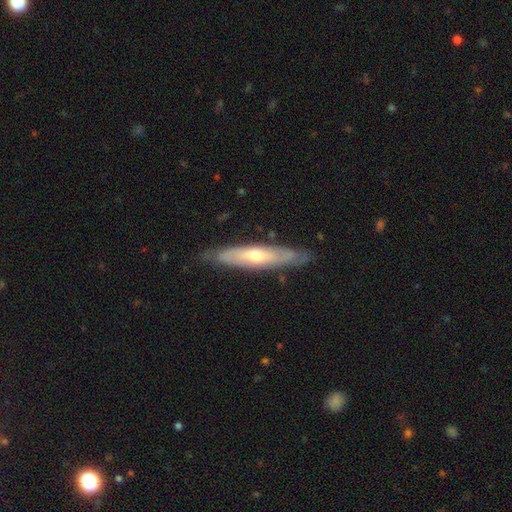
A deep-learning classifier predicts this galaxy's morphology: smooth_or_featured: featured or disk (p=0.65) [alt: smooth p=0.29]
disk_edge_on: yes (p=0.56) [alt: no p=0.44]
merging: none (p=0.79) [alt: minor disturbance p=0.17]